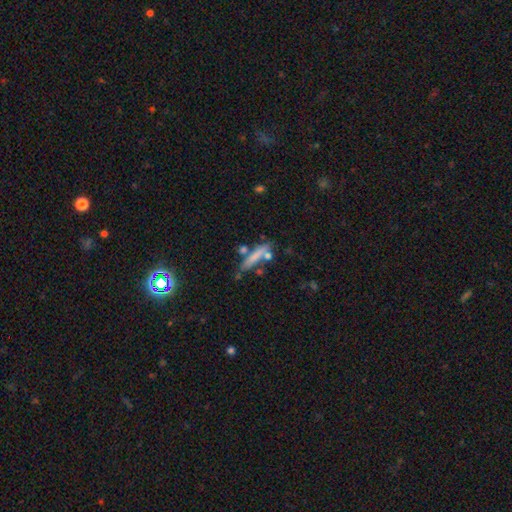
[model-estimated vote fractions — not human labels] smooth-or-featured: smooth: 70% | featured or disk: 22% | star or artifact: 8%
  how-rounded: cigar-shaped: 85% | in between: 12% | round: 3%
  merging: none: 65% | minor disturbance: 17% | merger: 13% | major disturbance: 6%